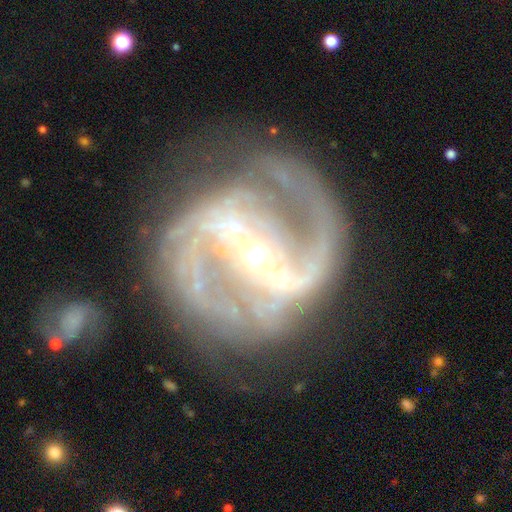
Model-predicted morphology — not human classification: Q: Smooth or featured?
A: featured or disk (92%); runner-up: star or artifact (5%)
Q: Edge-on disk?
A: no (97%); runner-up: yes (3%)
Q: Bar?
A: strong (62%); runner-up: weak (27%)
Q: Spiral arms?
A: yes (97%); runner-up: no (3%)
Q: Spiral winding?
A: medium (53%); runner-up: tight (25%)
Q: Spiral arm count?
A: 2 (79%); runner-up: 3 (7%)
Q: Bulge size?
A: small (58%); runner-up: moderate (38%)
Q: Merging?
A: none (69%); runner-up: minor disturbance (17%)